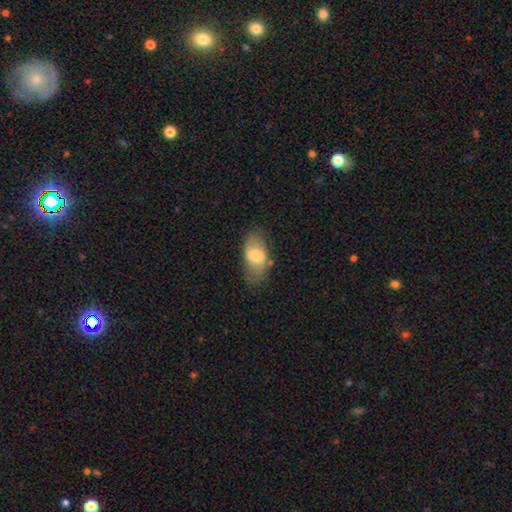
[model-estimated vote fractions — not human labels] smooth 65%, featured or disk 29%, star or artifact 6%. Down the decision tree: how rounded — in between (91%); merging — none (70%).